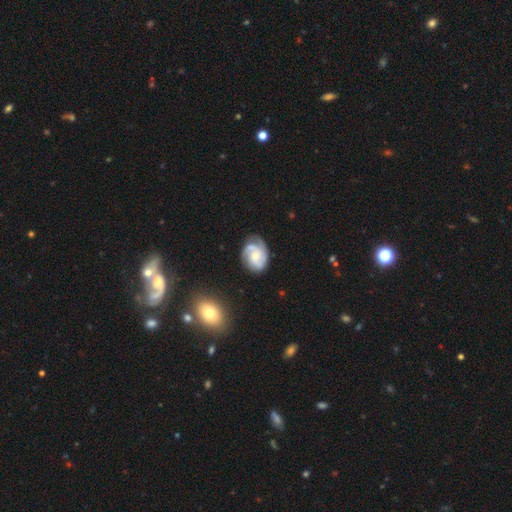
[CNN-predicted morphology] This appears to be a featured or disk galaxy (75%) with no bar (68%), 3 (36%, tied with 2) tight (45%) spiral arms (94%) and a moderate central bulge (50%). Merging: none (64%).